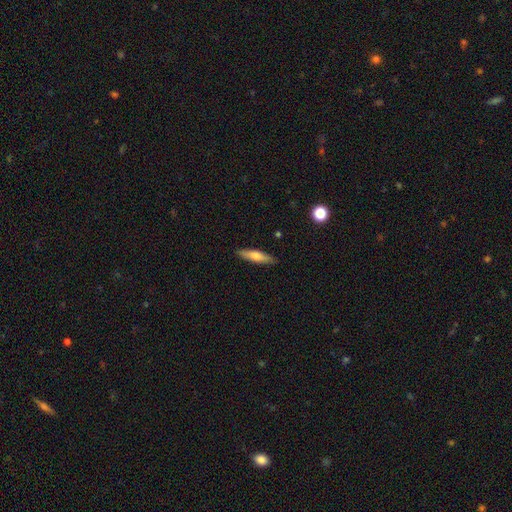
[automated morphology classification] This appears to be a smooth galaxy with no disk features (65%) that is cigar-shaped (77%). Merging: none (88%).